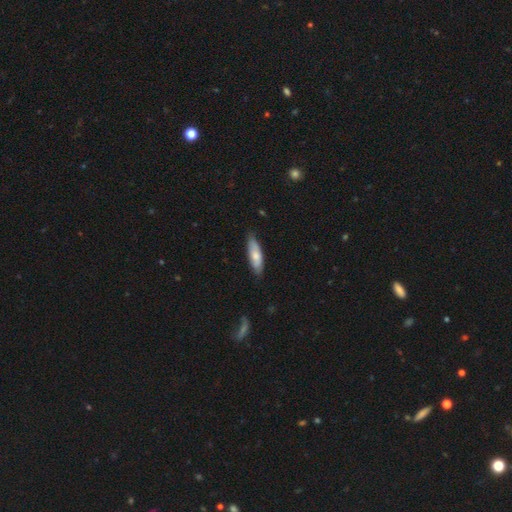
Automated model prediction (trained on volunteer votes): The model was most divided on "how rounded": cigar-shaped: 54%, in between: 44%, round: 2%. More confident: merging — none (82%); smooth or featured — smooth (72%).